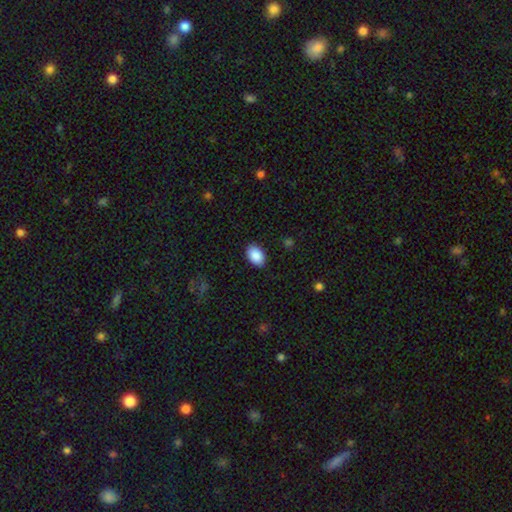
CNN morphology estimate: A smooth galaxy with no disk features (90%) that is in between round and cigar-shaped (88%). Merging: none (88%).